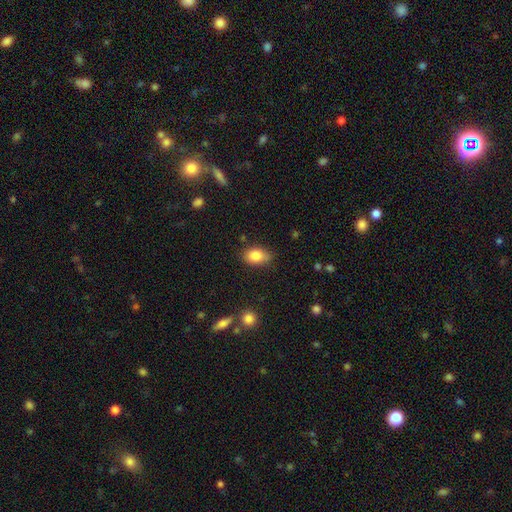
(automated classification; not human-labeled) Smooth or featured? smooth (84%)
How rounded? in between (82%)
Merging? none (76%)